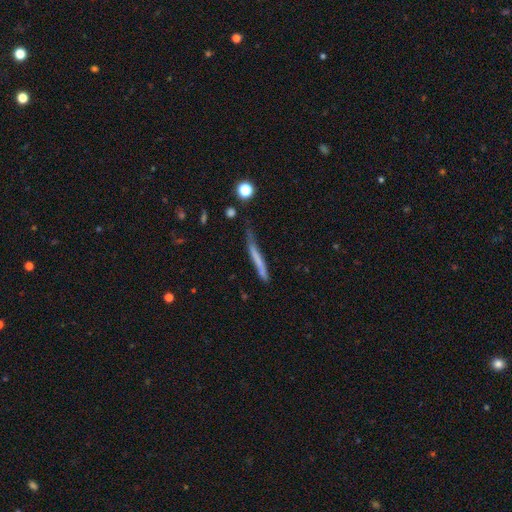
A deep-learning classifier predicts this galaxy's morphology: Smooth or featured?
  - smooth: 57% *
  - featured or disk: 35%
  - star or artifact: 9%
How rounded?
  - cigar-shaped: 95% *
  - in between: 3%
  - round: 2%
Merging?
  - none: 62% *
  - minor disturbance: 26%
  - major disturbance: 8%
  - merger: 4%